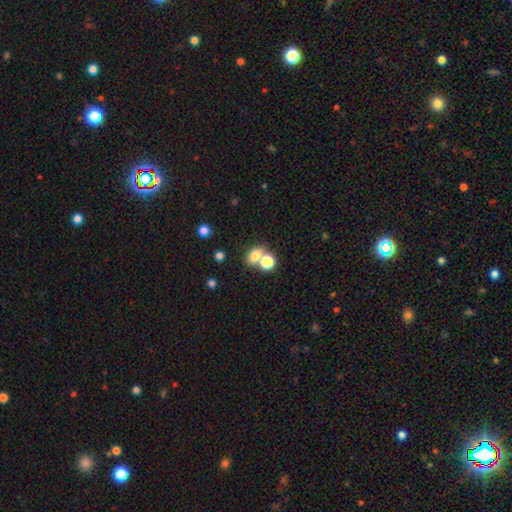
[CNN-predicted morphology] Smooth or featured? Predicted: smooth (p=0.73). How rounded? Predicted: in between (p=0.59). Merging? Predicted: none (p=0.48).